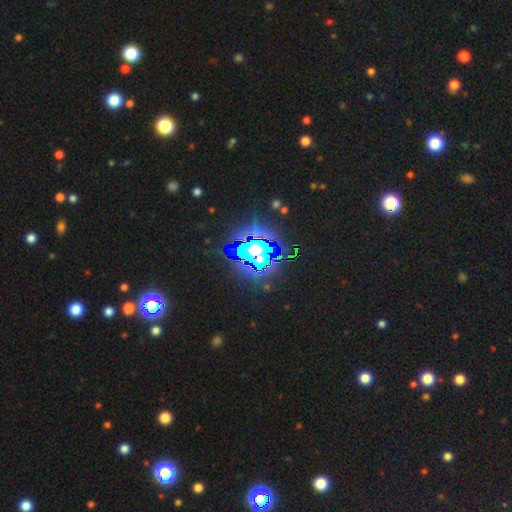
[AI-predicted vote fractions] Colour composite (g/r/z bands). It shows a star or artifact, not a galaxy (66%).